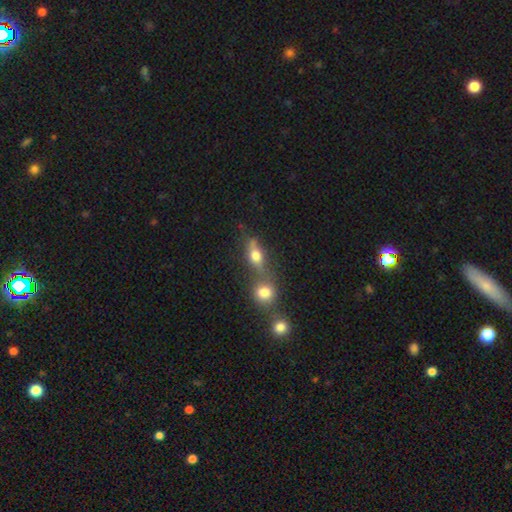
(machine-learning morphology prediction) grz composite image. It shows a smooth galaxy with no disk features (65%) that is in between round and cigar-shaped (54%). Merging: merger (44%).